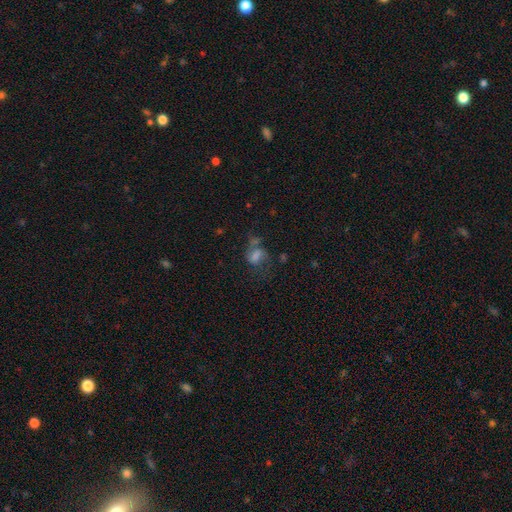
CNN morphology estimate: Overall: smooth (45%; featured or disk 39%). Merging: major disturbance (33%, tied with none).